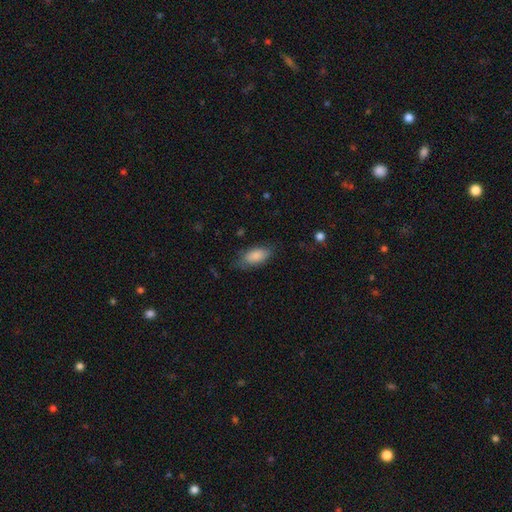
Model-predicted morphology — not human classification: type=smooth (85%); roundness=in between (89%); merging=none (69%).